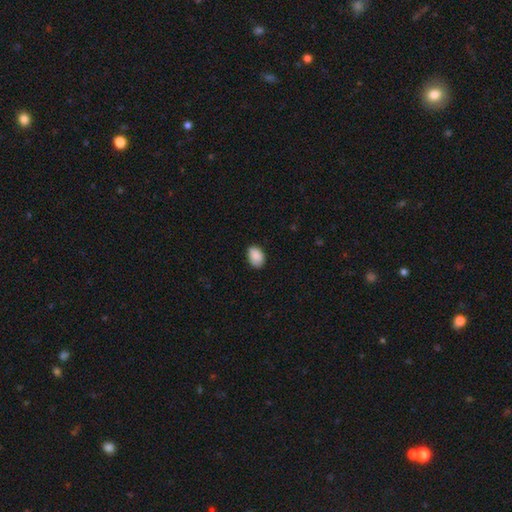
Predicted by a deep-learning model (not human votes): Smooth or featured?
  - smooth: 90% *
  - star or artifact: 7%
  - featured or disk: 3%
How rounded?
  - in between: 87% *
  - round: 12%
  - cigar-shaped: 1%
Merging?
  - none: 80% *
  - minor disturbance: 16%
  - major disturbance: 3%
  - merger: 1%